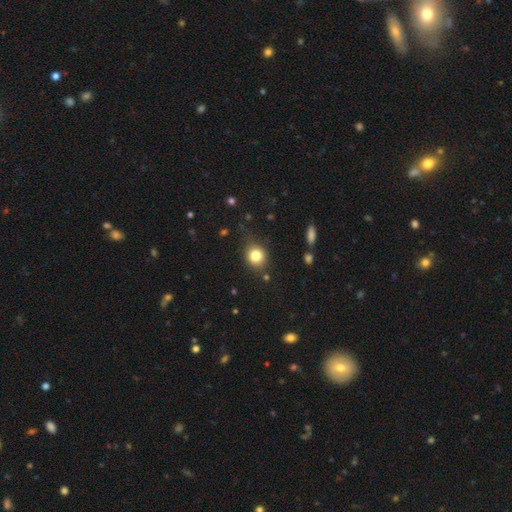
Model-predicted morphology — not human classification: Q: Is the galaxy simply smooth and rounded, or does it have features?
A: smooth — 81%.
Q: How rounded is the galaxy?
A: round — 77%.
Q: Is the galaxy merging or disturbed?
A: none — 80%.